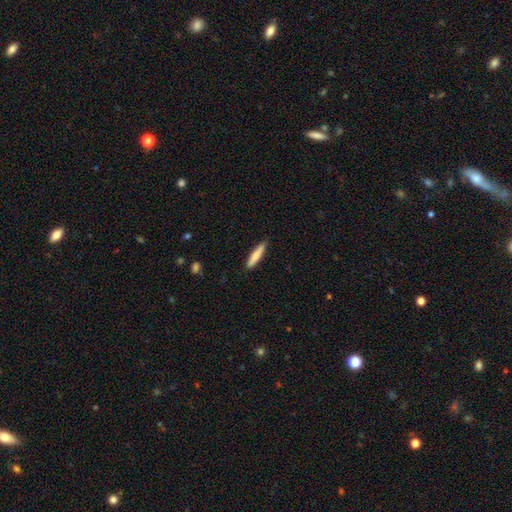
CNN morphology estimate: Smooth or featured? smooth (72%)
How rounded? cigar-shaped (87%)
Merging? none (88%)